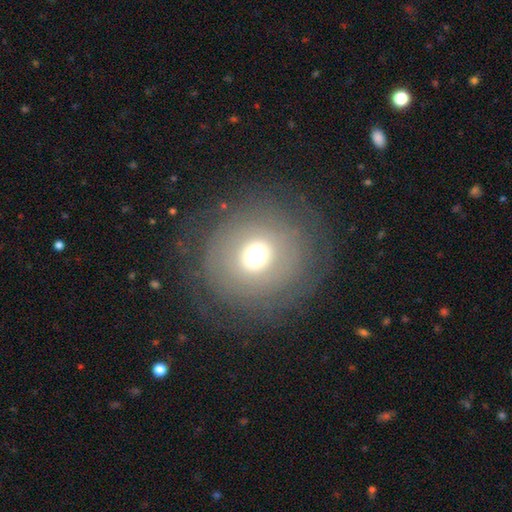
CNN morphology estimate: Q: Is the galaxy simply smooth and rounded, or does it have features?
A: smooth — 47%.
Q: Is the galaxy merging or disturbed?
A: none — 73%.